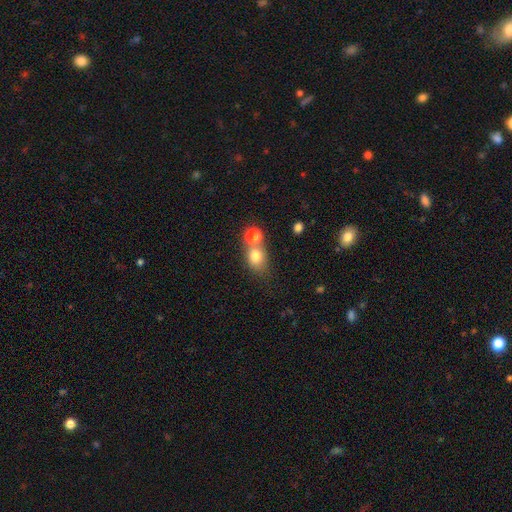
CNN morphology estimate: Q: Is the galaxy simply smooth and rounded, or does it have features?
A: smooth — 77%.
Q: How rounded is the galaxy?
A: round — 49%, tied with in between.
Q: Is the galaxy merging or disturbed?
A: none — 44%.